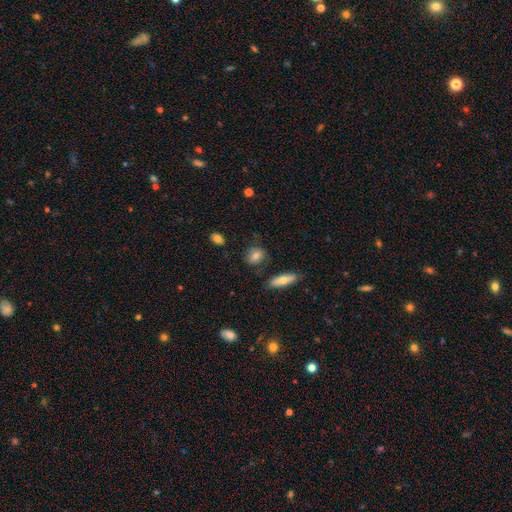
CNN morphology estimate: Smooth or featured? Predicted: smooth (p=0.71). How rounded? Predicted: round (p=0.51). Merging? Predicted: none (p=0.76).